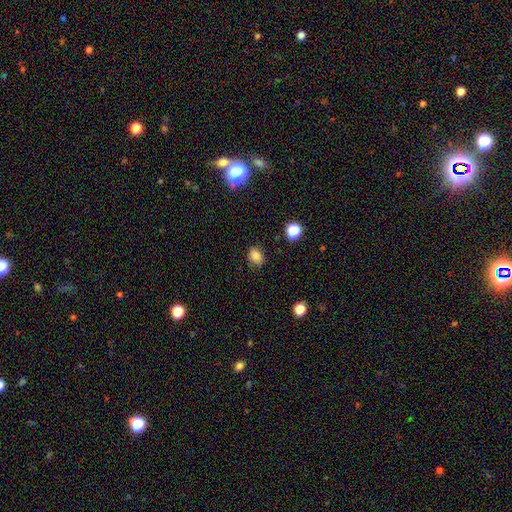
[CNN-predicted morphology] Smooth or featured? smooth (83%)
How rounded? in between (58%)
Merging? none (86%)